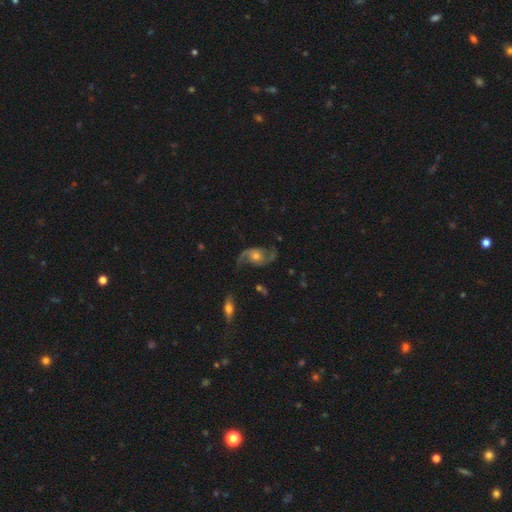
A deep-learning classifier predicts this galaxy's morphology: Overall: featured or disk (88%). Edge-on disk: no (97%). Bar: no (71%). Spiral arms: yes (96%). Spiral arm count: 2 (93%). Spiral winding: loose (63%; medium 31%). Bulge size: moderate (58%; small 23%). Merging: none (73%).